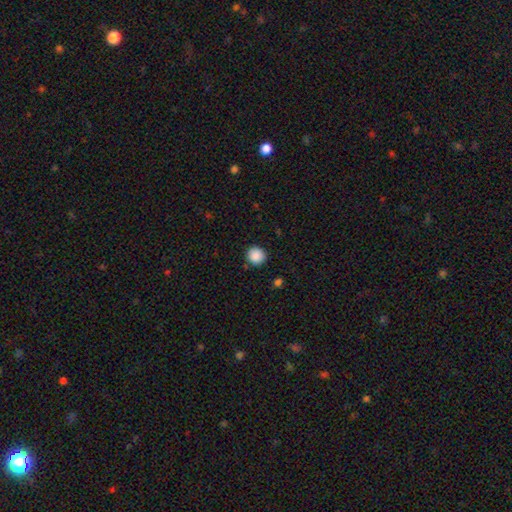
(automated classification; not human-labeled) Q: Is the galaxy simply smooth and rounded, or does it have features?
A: smooth — 88%.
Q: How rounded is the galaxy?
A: round — 92%.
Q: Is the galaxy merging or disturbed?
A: none — 88%.